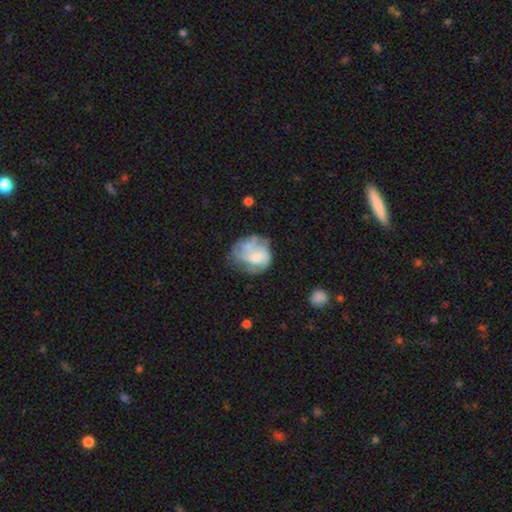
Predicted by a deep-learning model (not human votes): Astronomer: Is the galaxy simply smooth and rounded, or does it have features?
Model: featured or disk — 54% (runner-up: smooth, 38%).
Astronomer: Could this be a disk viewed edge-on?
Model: no — 98%.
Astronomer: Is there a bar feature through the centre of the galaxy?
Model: no — 78%.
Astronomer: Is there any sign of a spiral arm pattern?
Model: no — 58% (runner-up: yes, 42%).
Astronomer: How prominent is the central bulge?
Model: moderate — 39% (runner-up: small, 25%).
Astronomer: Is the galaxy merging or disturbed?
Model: none — 40% (runner-up: minor disturbance, 25%).